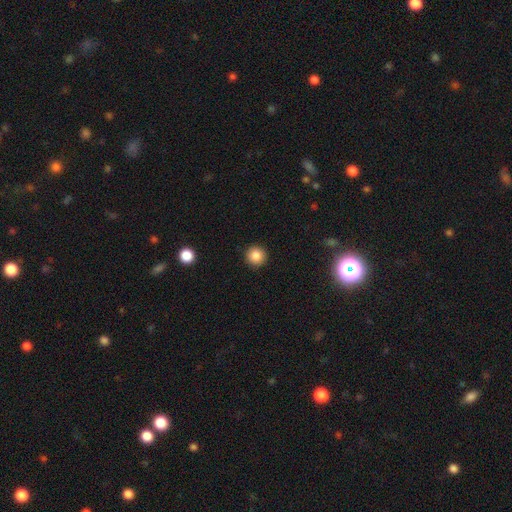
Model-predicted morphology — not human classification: type=smooth (85%); roundness=round (95%); merging=none (92%).